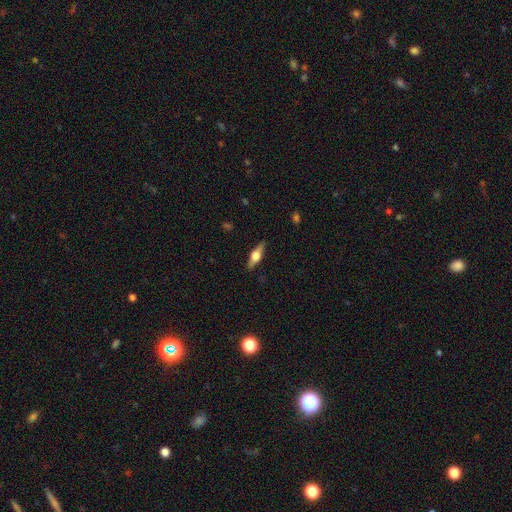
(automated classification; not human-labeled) Overall: featured or disk (64%; smooth 30%). Edge-on disk: yes (95%). Edge-on bulge: rounded (94%). Merging: none (88%).